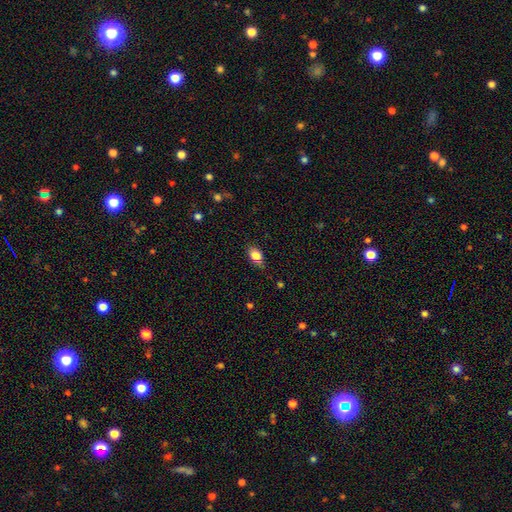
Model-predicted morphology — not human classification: type=smooth (82%); roundness=in between (83%); merging=none (71%).